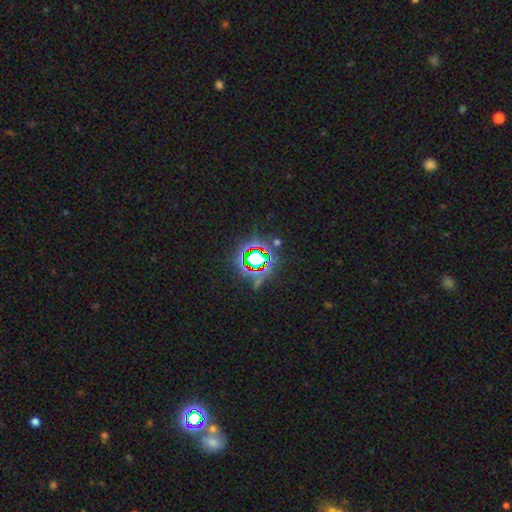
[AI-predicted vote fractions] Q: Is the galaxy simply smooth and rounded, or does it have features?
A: star or artifact — 73%.